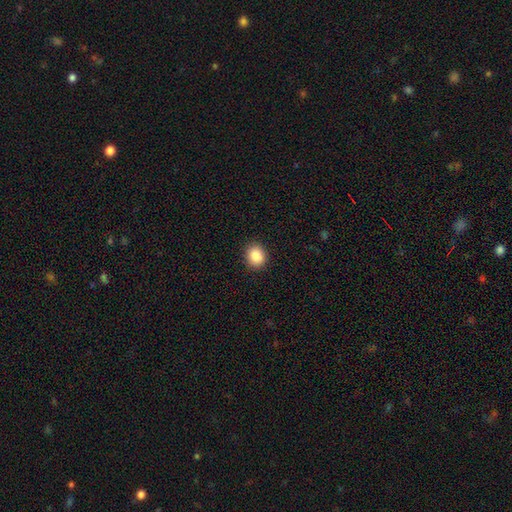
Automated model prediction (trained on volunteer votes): Smooth or featured? Predicted: smooth (p=0.87). How rounded? Predicted: round (p=0.73). Merging? Predicted: none (p=0.91).